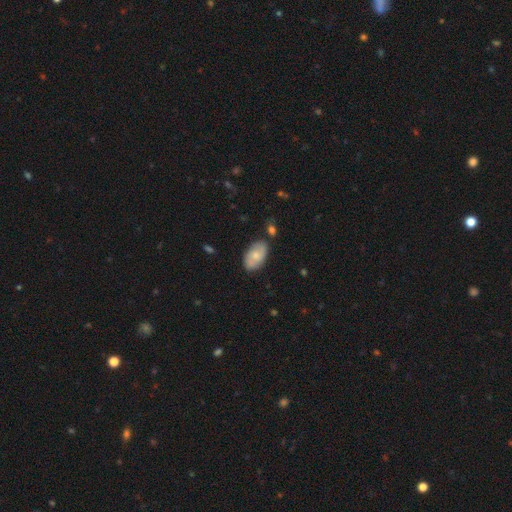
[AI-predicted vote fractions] A smooth galaxy with no disk features (63%) that is in between round and cigar-shaped (93%).

Vote fractions:
- Smooth or featured? smooth: 63% / featured or disk: 30% / star or artifact: 7%
- How rounded? in between: 93% / round: 5% / cigar-shaped: 2%
- Merging? none: 77% / minor disturbance: 16% / merger: 4% / major disturbance: 3%